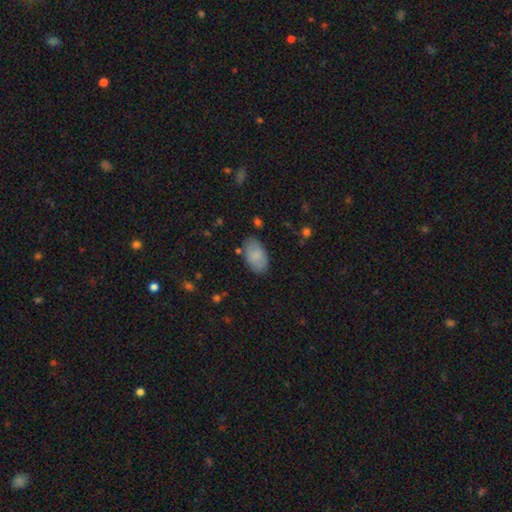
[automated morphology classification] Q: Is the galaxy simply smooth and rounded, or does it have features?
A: smooth — 82%.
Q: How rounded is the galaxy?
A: in between — 94%.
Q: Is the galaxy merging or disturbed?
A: none — 78%.